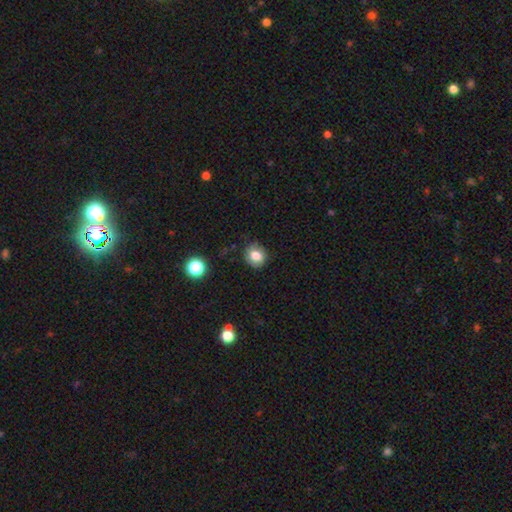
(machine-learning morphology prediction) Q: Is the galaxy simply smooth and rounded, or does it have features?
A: smooth — 79%.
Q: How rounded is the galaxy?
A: round — 72%.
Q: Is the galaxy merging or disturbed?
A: none — 81%.